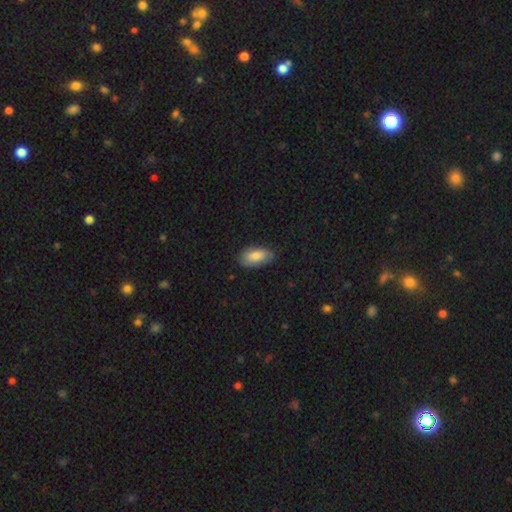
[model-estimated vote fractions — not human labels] smooth 81%, featured or disk 13%, star or artifact 6%. Down the decision tree: how rounded — in between (92%); merging — none (79%).